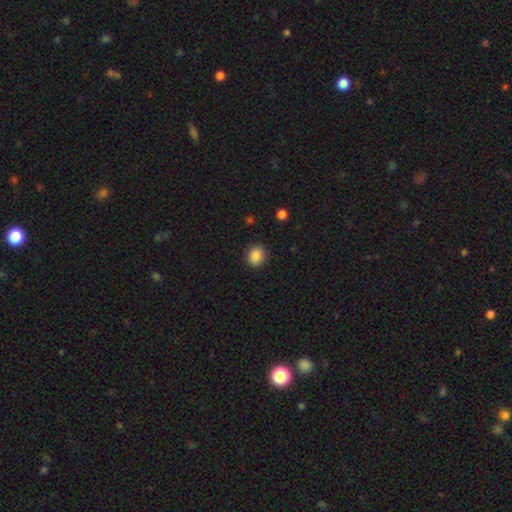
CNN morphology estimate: The model was most divided on "how rounded": round: 69%, in between: 30%, cigar-shaped: 1%. More confident: merging — none (88%); smooth or featured — smooth (87%).